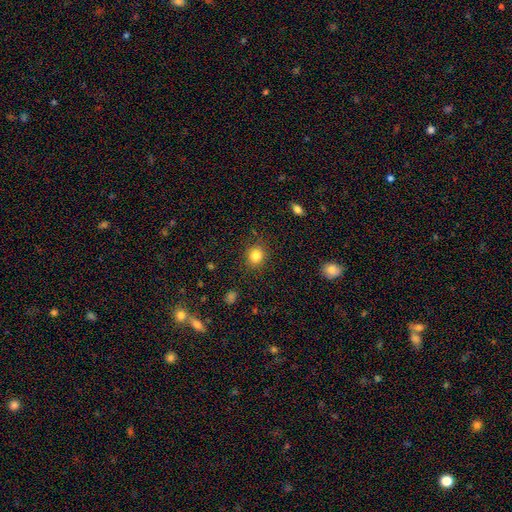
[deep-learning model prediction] smooth_or_featured: smooth (p=0.83) [alt: star or artifact p=0.11]
how_rounded: round (p=0.78) [alt: in between p=0.21]
merging: none (p=0.87) [alt: minor disturbance p=0.09]